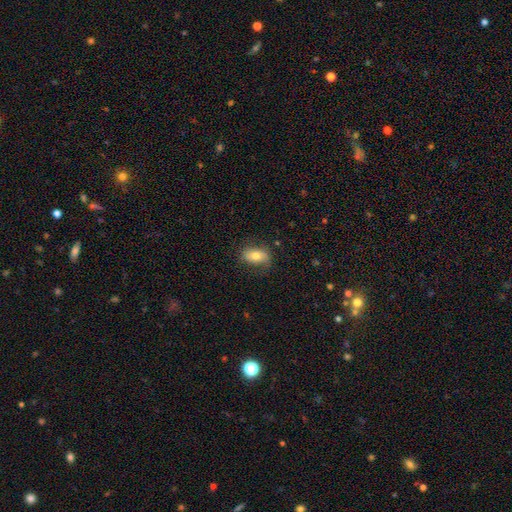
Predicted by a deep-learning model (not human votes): The model was most divided on "smooth or featured": smooth: 68%, featured or disk: 25%, star or artifact: 7%. More confident: how rounded — in between (88%); merging — none (72%).